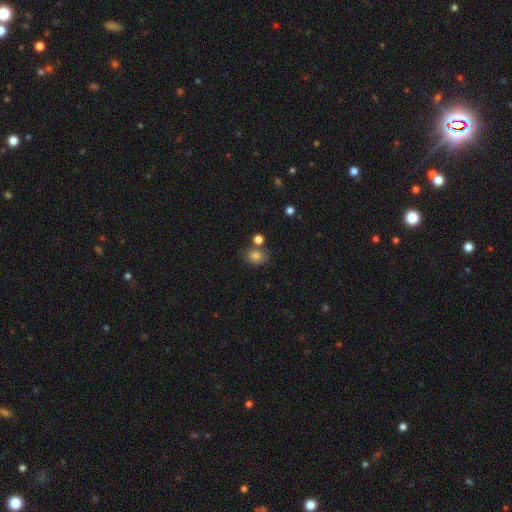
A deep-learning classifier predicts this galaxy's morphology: The model was most divided on "how rounded": in between: 51%, round: 48%, cigar-shaped: 1%. More confident: smooth or featured — smooth (81%); merging — none (67%).